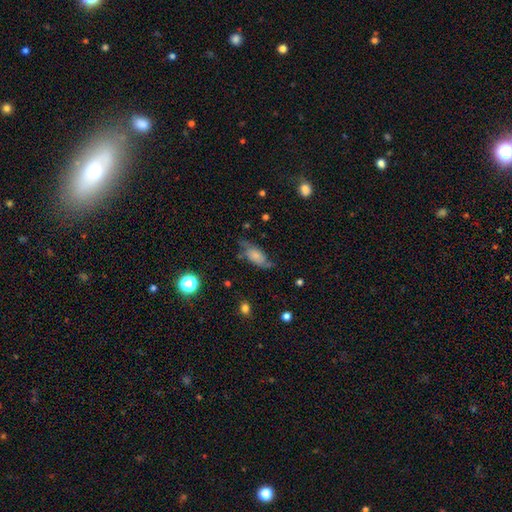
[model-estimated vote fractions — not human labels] A smooth galaxy with no disk features (46%).

Vote fractions:
- Smooth or featured? smooth: 46% / featured or disk: 44% / star or artifact: 10%
- Merging? none: 56% / minor disturbance: 28% / major disturbance: 13% / merger: 3%